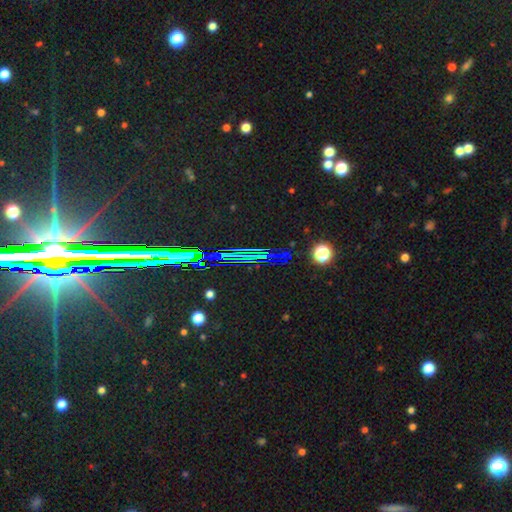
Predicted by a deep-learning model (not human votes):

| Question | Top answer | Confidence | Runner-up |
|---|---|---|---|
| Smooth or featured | star or artifact | 79% | featured or disk (13%) |